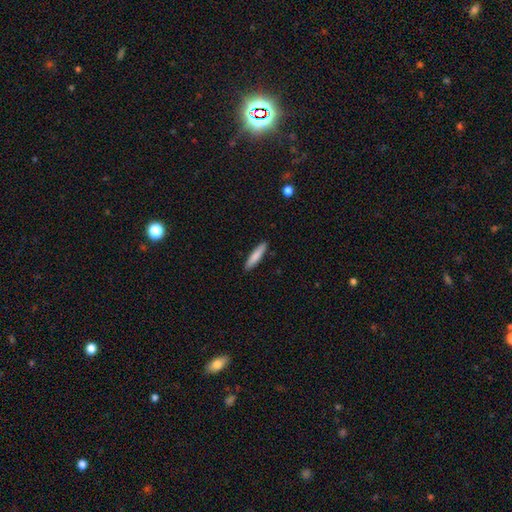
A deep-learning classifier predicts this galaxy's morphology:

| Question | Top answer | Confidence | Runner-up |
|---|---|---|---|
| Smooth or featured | smooth | 82% | featured or disk (13%) |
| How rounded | cigar-shaped | 86% | in between (13%) |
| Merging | none | 90% | minor disturbance (7%) |